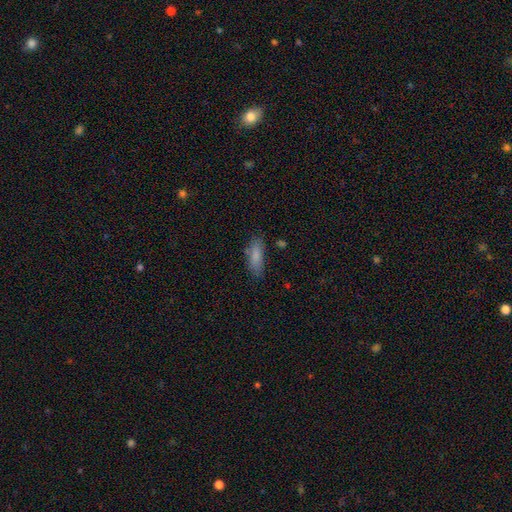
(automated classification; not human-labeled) Smooth or featured?
  - smooth: 84% *
  - featured or disk: 8%
  - star or artifact: 8%
How rounded?
  - in between: 70% *
  - cigar-shaped: 28%
  - round: 2%
Merging?
  - none: 74% *
  - minor disturbance: 18%
  - major disturbance: 4%
  - merger: 4%